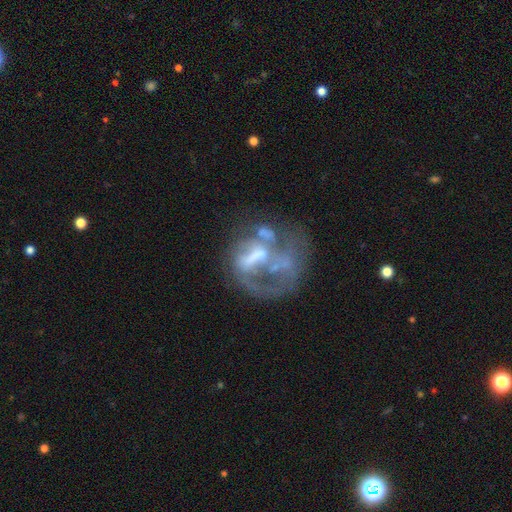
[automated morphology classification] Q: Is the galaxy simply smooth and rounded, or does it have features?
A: featured or disk — 69%.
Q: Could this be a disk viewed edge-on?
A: no — 97%.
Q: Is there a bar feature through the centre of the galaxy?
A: no — 52%.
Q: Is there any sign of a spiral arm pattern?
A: no — 62%.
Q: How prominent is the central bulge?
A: none — 40%.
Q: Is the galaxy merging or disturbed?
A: major disturbance — 40%.